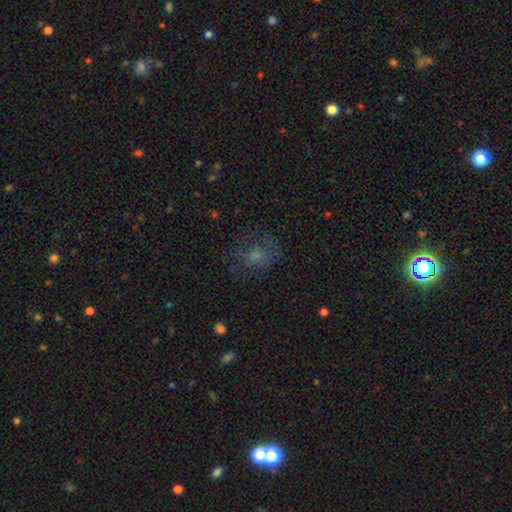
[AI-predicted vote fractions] Smooth or featured? smooth (49%)
Merging? none (54%)